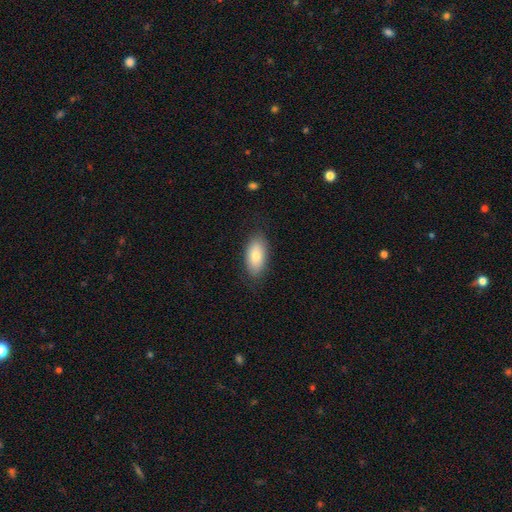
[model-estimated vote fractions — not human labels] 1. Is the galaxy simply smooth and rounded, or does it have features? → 77% smooth, 16% featured or disk, 6% star or artifact.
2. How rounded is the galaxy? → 91% in between, 5% cigar-shaped, 3% round.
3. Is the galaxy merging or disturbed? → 83% none, 13% minor disturbance, 3% major disturbance, 1% merger.